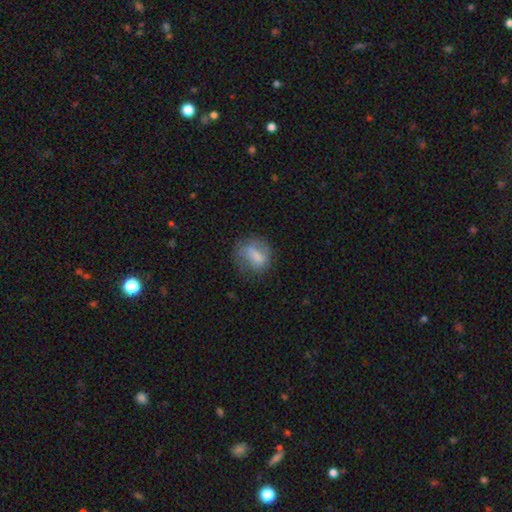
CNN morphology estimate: Smooth or featured: smooth — 62% (featured or disk — 29%)
How rounded: round — 51% (in between — 46%)
Merging: none — 56% (minor disturbance — 26%)